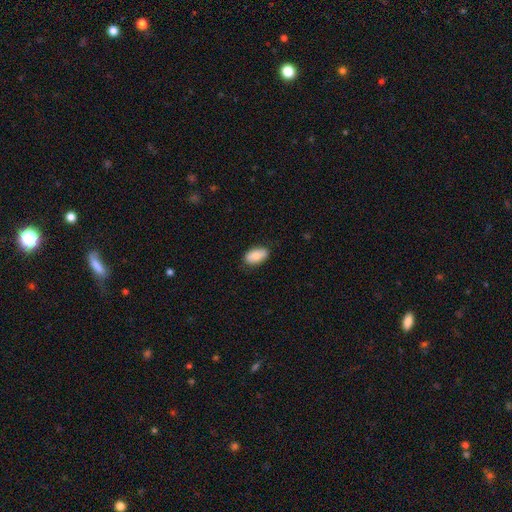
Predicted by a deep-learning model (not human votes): Smooth or featured: smooth — 83% (featured or disk — 10%)
How rounded: in between — 94% (round — 4%)
Merging: none — 82% (minor disturbance — 15%)